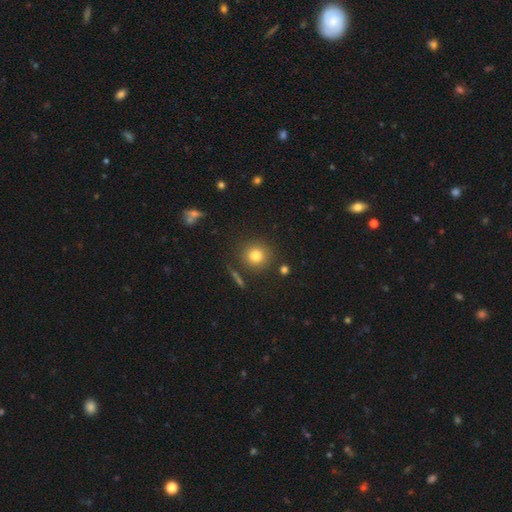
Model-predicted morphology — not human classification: The model was most divided on "smooth or featured": smooth: 79%, star or artifact: 13%, featured or disk: 9%. More confident: how rounded — round (92%); merging — none (85%).